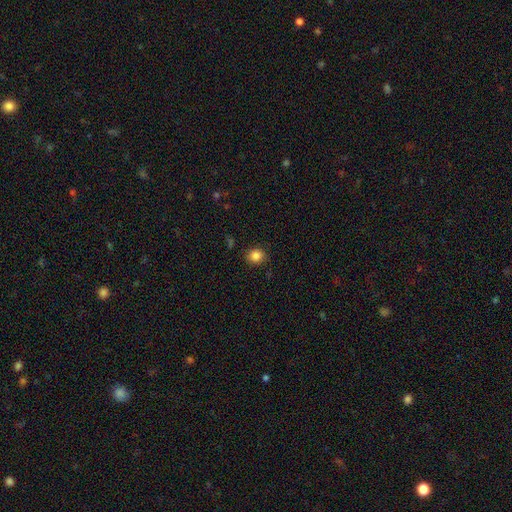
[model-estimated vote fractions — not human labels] Smooth or featured? Predicted: smooth (p=0.85). How rounded? Predicted: round (p=0.76). Merging? Predicted: none (p=0.88).